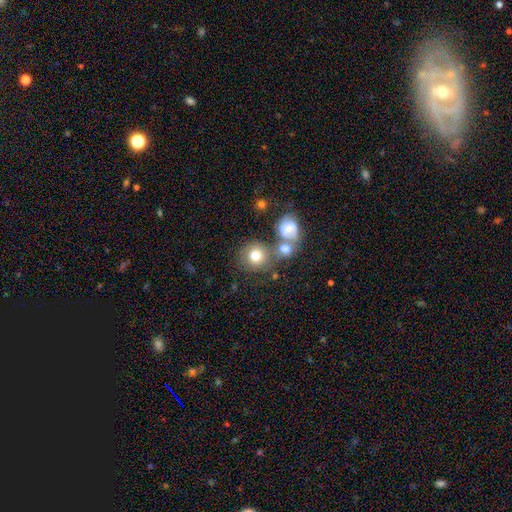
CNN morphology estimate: smooth 75%, featured or disk 14%, star or artifact 11%. Down the decision tree: how rounded — round (86%); merging — none (58%).